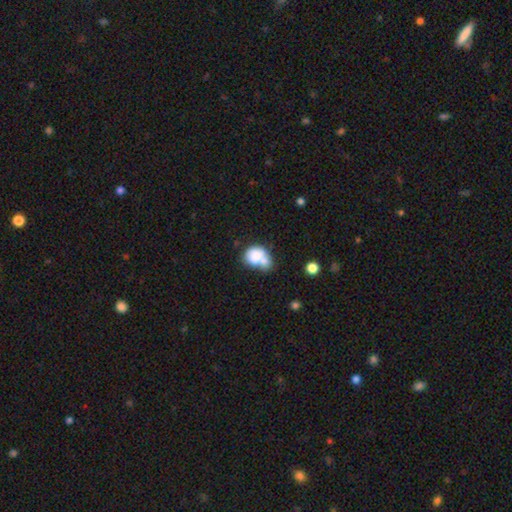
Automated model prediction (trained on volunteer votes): Smooth or featured? Predicted: smooth (p=0.75). How rounded? Predicted: in between (p=0.57). Merging? Predicted: merger (p=0.58).